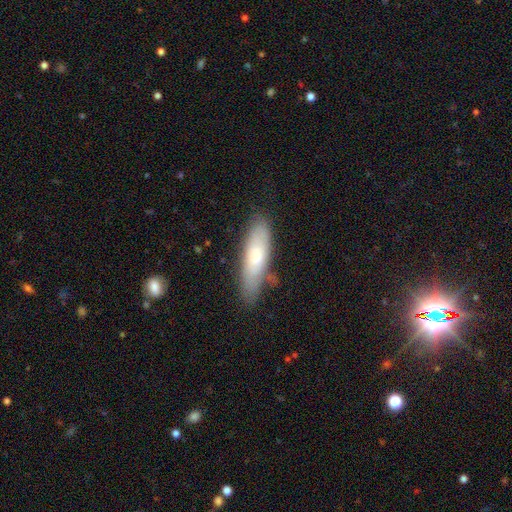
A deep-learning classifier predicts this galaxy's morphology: A smooth galaxy with no disk features (72%) that is cigar-shaped (57%). Merging: none (69%).